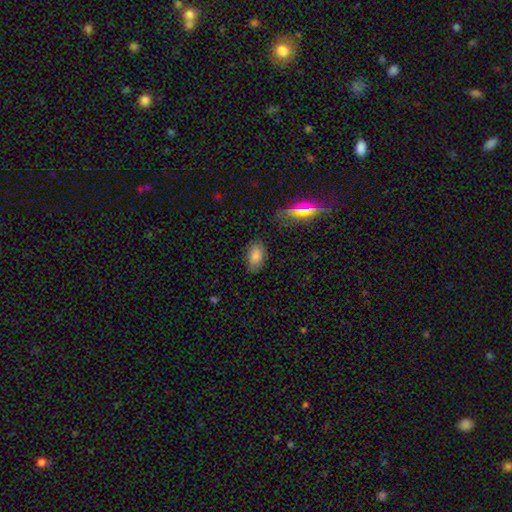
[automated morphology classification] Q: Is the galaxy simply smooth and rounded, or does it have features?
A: smooth — 79%.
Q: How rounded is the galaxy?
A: in between — 92%.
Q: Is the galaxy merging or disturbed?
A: none — 80%.